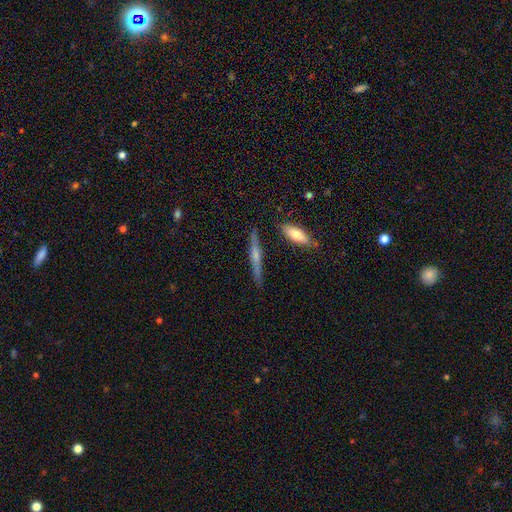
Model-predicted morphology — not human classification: featured or disk 57%, smooth 35%, star or artifact 7%. Down the decision tree: edge-on disk — yes (96%); edge-on bulge — rounded (64%); merging — none (83%).